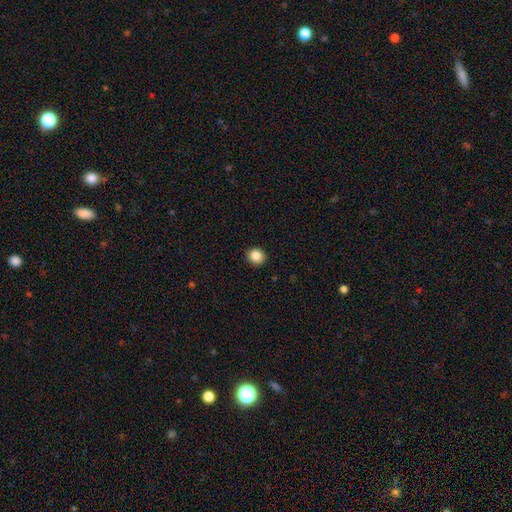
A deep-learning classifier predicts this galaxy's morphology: smooth 86%, star or artifact 10%, featured or disk 4%. Down the decision tree: how rounded — round (89%); merging — none (92%).